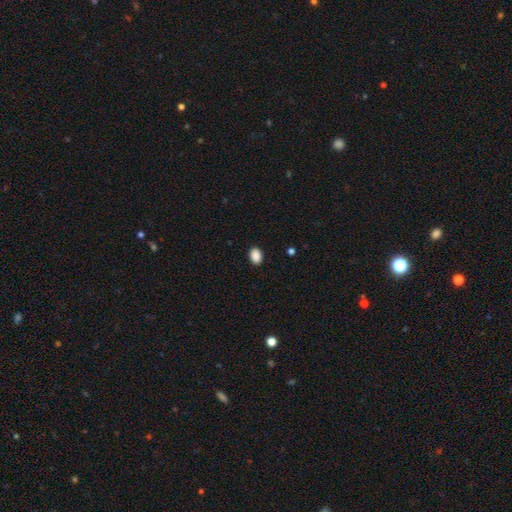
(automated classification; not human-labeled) Smooth or featured? smooth (90%)
How rounded? in between (78%)
Merging? none (90%)